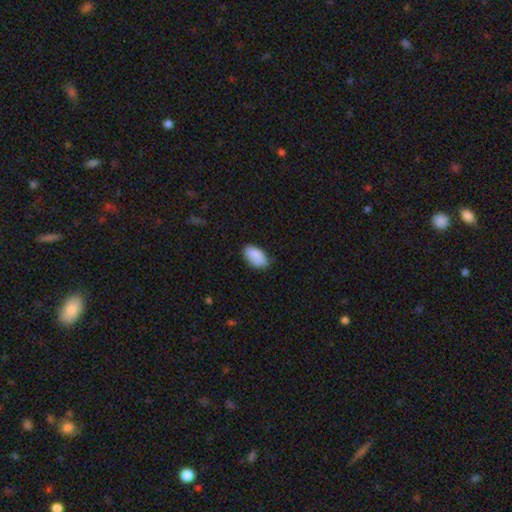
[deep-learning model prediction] Q: Smooth or featured?
A: smooth (89%); runner-up: star or artifact (7%)
Q: How rounded?
A: in between (94%); runner-up: round (4%)
Q: Merging?
A: none (76%); runner-up: minor disturbance (20%)